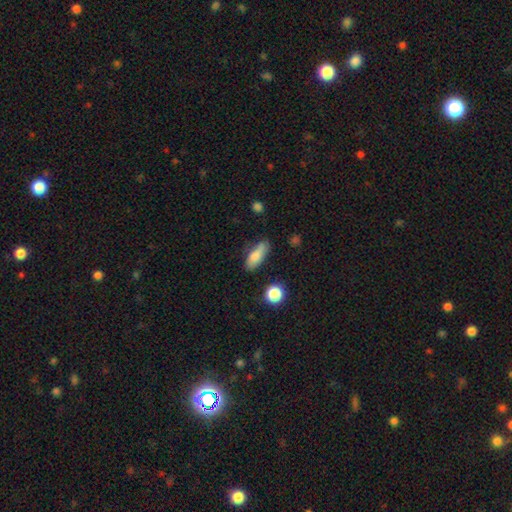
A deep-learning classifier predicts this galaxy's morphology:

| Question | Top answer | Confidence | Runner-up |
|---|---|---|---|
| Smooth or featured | smooth | 78% | featured or disk (14%) |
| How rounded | in between | 71% | cigar-shaped (25%) |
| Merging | none | 66% | minor disturbance (25%) |